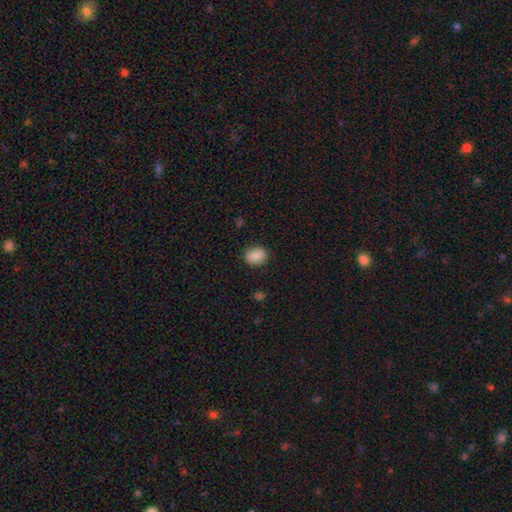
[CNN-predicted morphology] The model was most divided on "how rounded": round: 59%, in between: 40%, cigar-shaped: 1%. More confident: merging — none (88%); smooth or featured — smooth (86%).